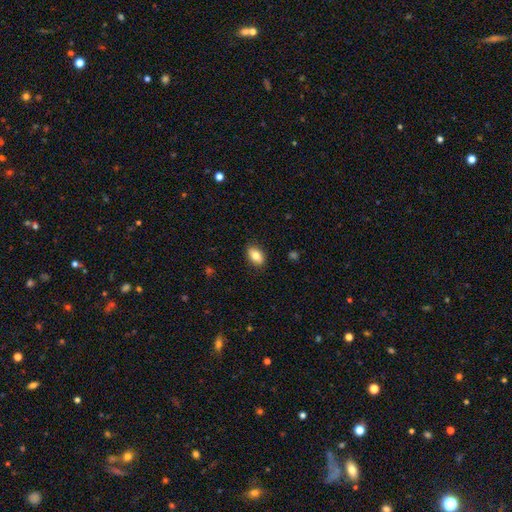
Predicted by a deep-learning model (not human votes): smooth 81%, featured or disk 11%, star or artifact 8%. Down the decision tree: how rounded — in between (88%); merging — none (87%).